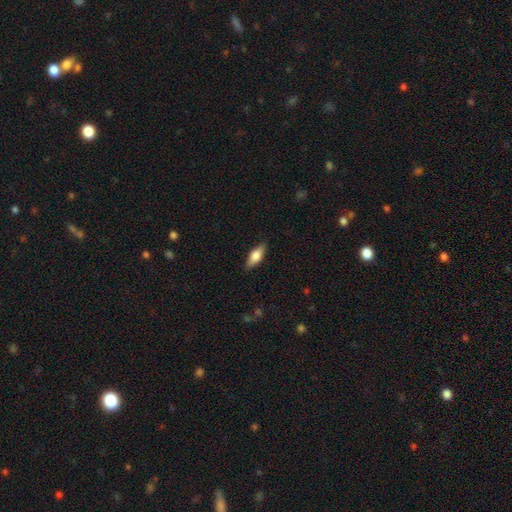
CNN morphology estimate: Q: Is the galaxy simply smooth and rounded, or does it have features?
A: smooth — 63%.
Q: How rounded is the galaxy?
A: in between — 67%.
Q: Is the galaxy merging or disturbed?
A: none — 87%.